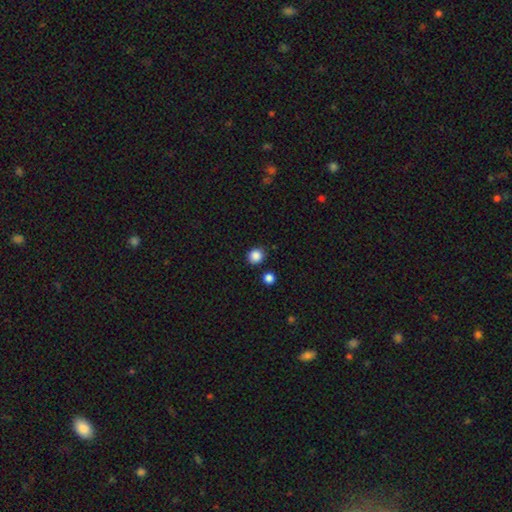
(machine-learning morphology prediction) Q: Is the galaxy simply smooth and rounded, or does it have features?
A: smooth — 86%.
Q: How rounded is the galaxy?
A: round — 88%.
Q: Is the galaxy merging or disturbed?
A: none — 86%.